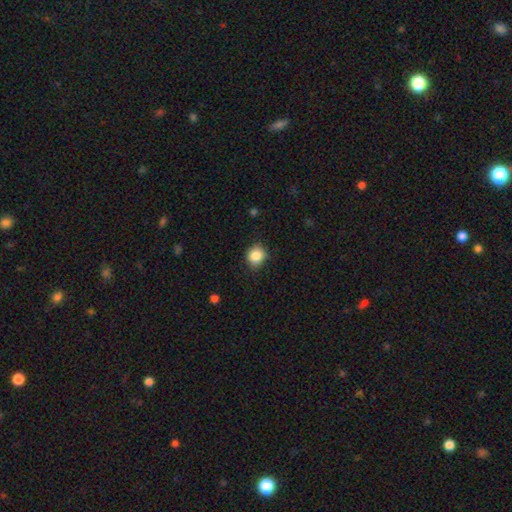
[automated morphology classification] smooth 85%, star or artifact 10%, featured or disk 5%. Down the decision tree: how rounded — round (80%); merging — none (83%).